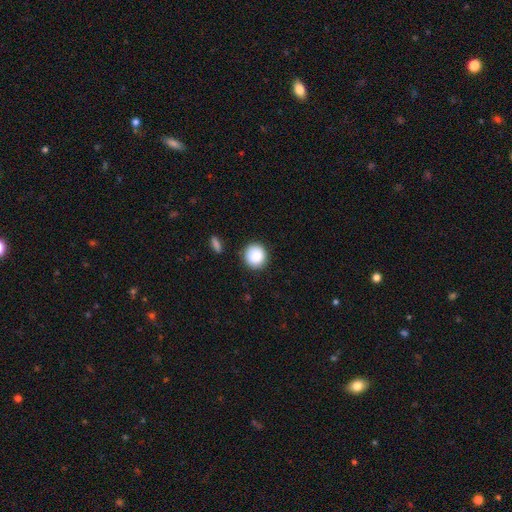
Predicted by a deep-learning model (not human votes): Overall: smooth (88%). How rounded: round (91%). Merging: none (88%).